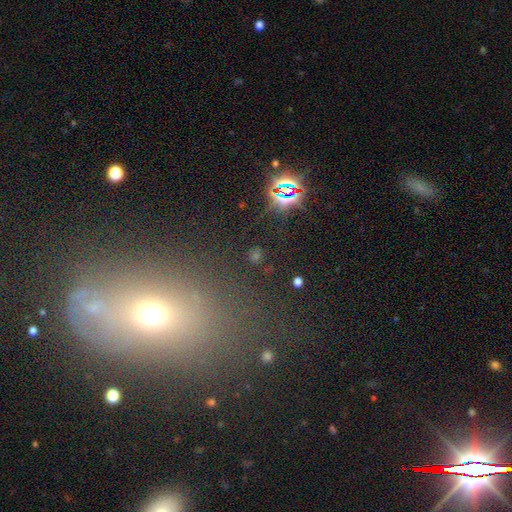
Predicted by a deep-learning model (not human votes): A star or artifact, not a galaxy (56%).

Vote fractions:
- Smooth or featured? star or artifact: 56% / smooth: 34% / featured or disk: 10%